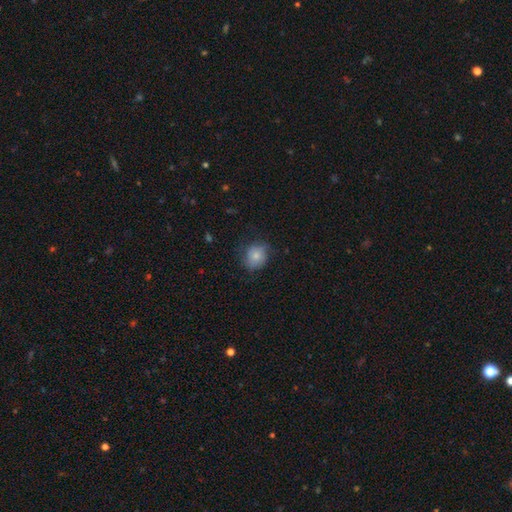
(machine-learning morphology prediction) This appears to be a smooth galaxy with no disk features (77%) that is round (69%). Merging: none (69%).